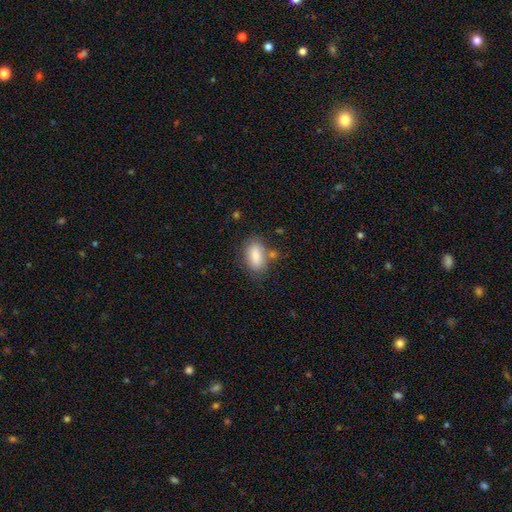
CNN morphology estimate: A smooth galaxy with no disk features (81%) that is in between round and cigar-shaped (90%).

Vote fractions:
- Smooth or featured? smooth: 81% / featured or disk: 12% / star or artifact: 7%
- How rounded? in between: 90% / round: 7% / cigar-shaped: 4%
- Merging? none: 67% / minor disturbance: 18% / merger: 10% / major disturbance: 5%